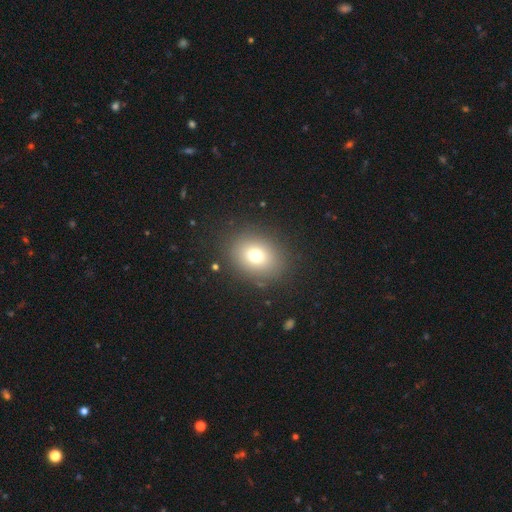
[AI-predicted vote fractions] smooth_or_featured: smooth (p=0.73) [alt: star or artifact p=0.14]
how_rounded: round (p=0.57) [alt: in between p=0.42]
merging: none (p=0.86) [alt: minor disturbance p=0.08]